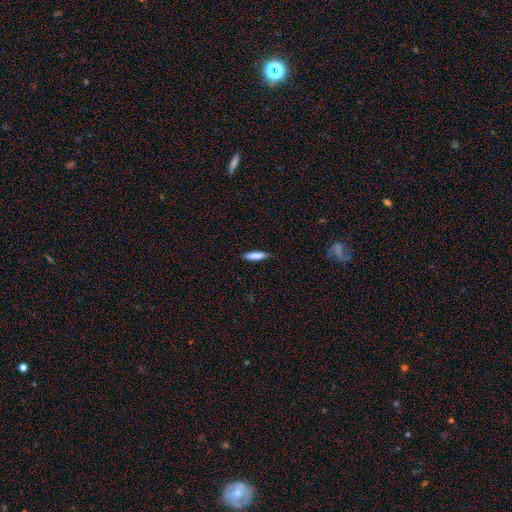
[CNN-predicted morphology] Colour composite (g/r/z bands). It shows a smooth galaxy with no disk features (84%) that is cigar-shaped (75%). Merging: none (86%).